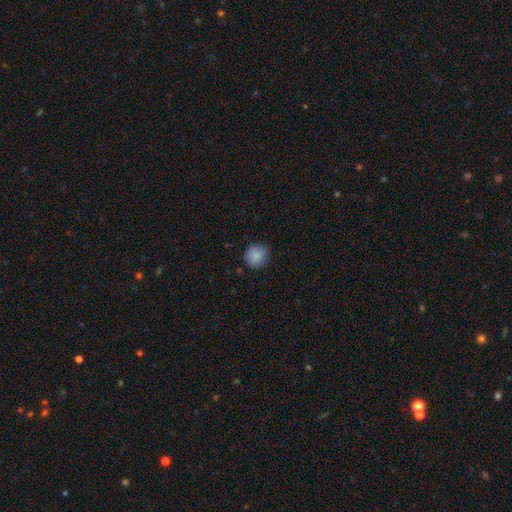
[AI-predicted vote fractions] The model was most divided on "merging": none: 80%, minor disturbance: 16%, major disturbance: 3%, merger: 1%. More confident: smooth or featured — smooth (85%); how rounded — round (84%).